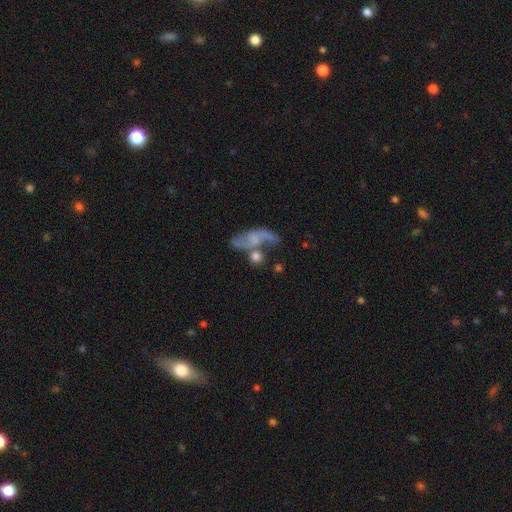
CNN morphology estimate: A smooth galaxy with no disk features (51%) that is round (63%).

Vote fractions:
- Smooth or featured? smooth: 51% / featured or disk: 39% / star or artifact: 11%
- How rounded? round: 63% / in between: 29% / cigar-shaped: 8%
- Merging? none: 42% / merger: 31% / minor disturbance: 15% / major disturbance: 12%